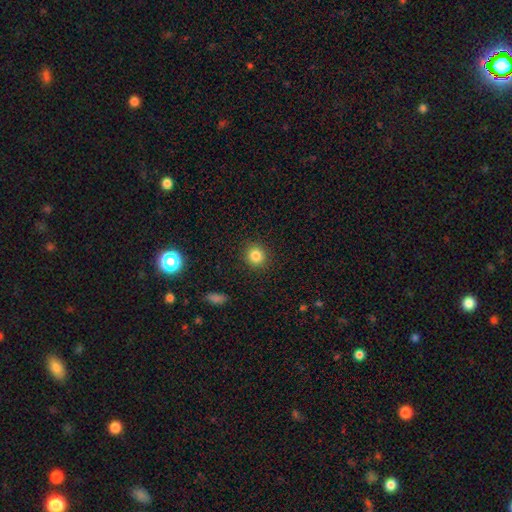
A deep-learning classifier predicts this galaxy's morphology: Smooth or featured?
  - smooth: 83% *
  - star or artifact: 12%
  - featured or disk: 6%
How rounded?
  - round: 89% *
  - in between: 10%
  - cigar-shaped: 1%
Merging?
  - none: 91% *
  - minor disturbance: 6%
  - major disturbance: 2%
  - merger: 1%